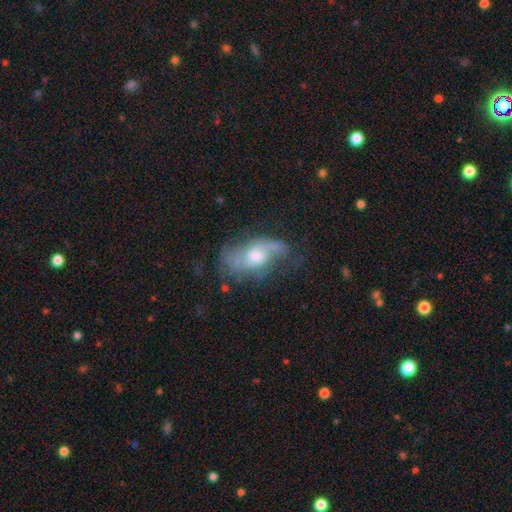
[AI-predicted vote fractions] Smooth or featured?
  - featured or disk: 72% *
  - smooth: 20%
  - star or artifact: 8%
Edge-on disk?
  - no: 94% *
  - yes: 6%
Bar?
  - no: 64% *
  - weak: 31%
  - strong: 5%
Spiral arms?
  - yes: 85% *
  - no: 15%
Spiral winding?
  - medium: 41% *
  - loose: 40%
  - tight: 19%
Spiral arm count?
  - 2: 59% *
  - can't tell: 20%
  - 1: 11%
  - 3: 5%
  - 4: 2%
  - more than 4: 2%
Bulge size?
  - moderate: 57% *
  - small: 29%
  - large: 9%
  - none: 3%
  - dominant: 1%
Merging?
  - none: 50% *
  - minor disturbance: 26%
  - major disturbance: 21%
  - merger: 3%